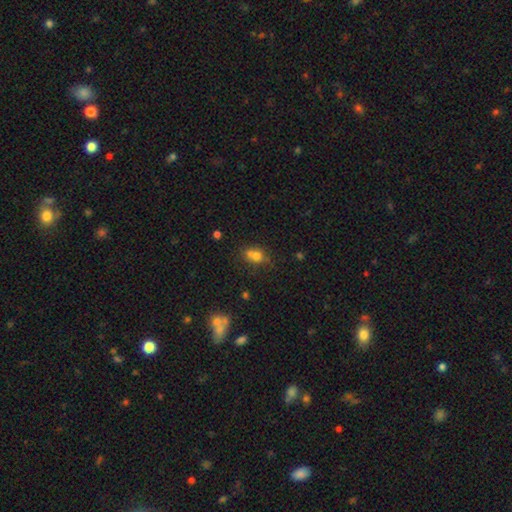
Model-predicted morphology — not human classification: A smooth galaxy with no disk features (70%) that is round (57%).

Vote fractions:
- Smooth or featured? smooth: 70% / featured or disk: 15% / star or artifact: 15%
- How rounded? round: 57% / in between: 41% / cigar-shaped: 2%
- Merging? merger: 46% / none: 37% / minor disturbance: 12% / major disturbance: 5%